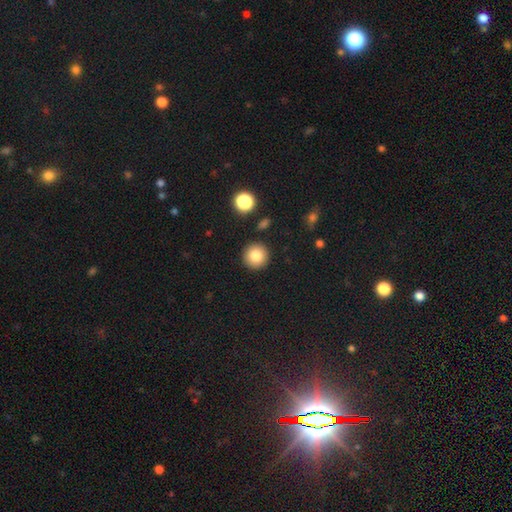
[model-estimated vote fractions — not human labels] Q: Smooth or featured?
A: smooth (82%); runner-up: star or artifact (10%)
Q: How rounded?
A: round (95%); runner-up: in between (4%)
Q: Merging?
A: none (90%); runner-up: minor disturbance (6%)